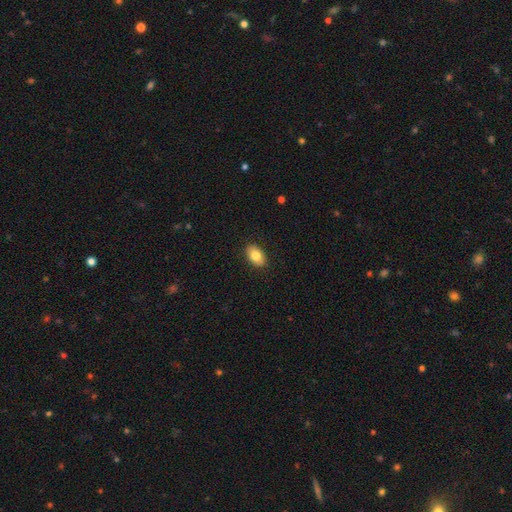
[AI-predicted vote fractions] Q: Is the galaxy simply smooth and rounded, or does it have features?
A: smooth — 81%.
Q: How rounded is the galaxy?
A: in between — 90%.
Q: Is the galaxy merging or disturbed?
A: none — 89%.